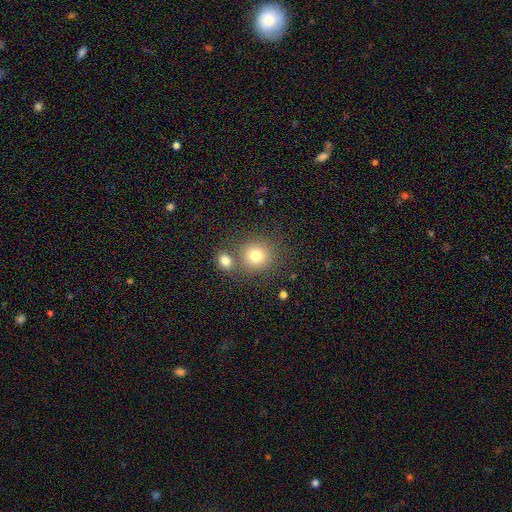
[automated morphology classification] smooth-or-featured: smooth: 77% | star or artifact: 13% | featured or disk: 10%
  how-rounded: round: 88% | in between: 11% | cigar-shaped: 1%
  merging: none: 66% | merger: 22% | minor disturbance: 8% | major disturbance: 4%